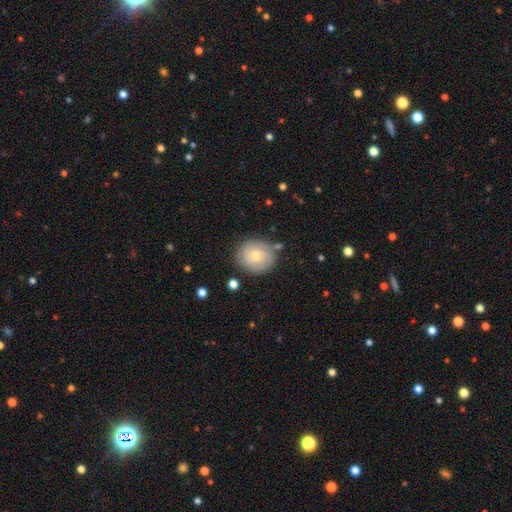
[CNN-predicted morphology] Overall: smooth (66%). How rounded: round (83%). Merging: none (75%).